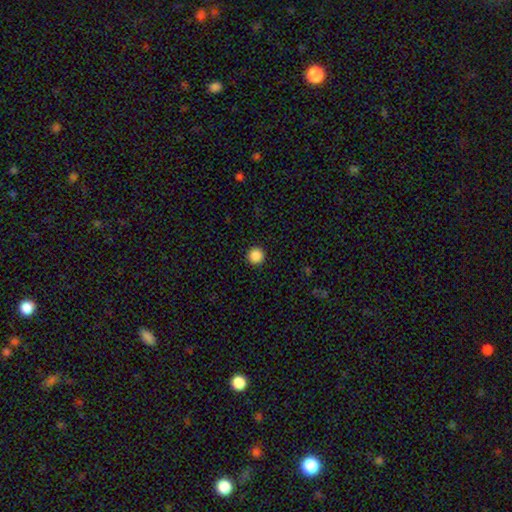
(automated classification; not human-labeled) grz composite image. It shows a smooth galaxy with no disk features (88%) that is round (96%). Merging: none (93%).